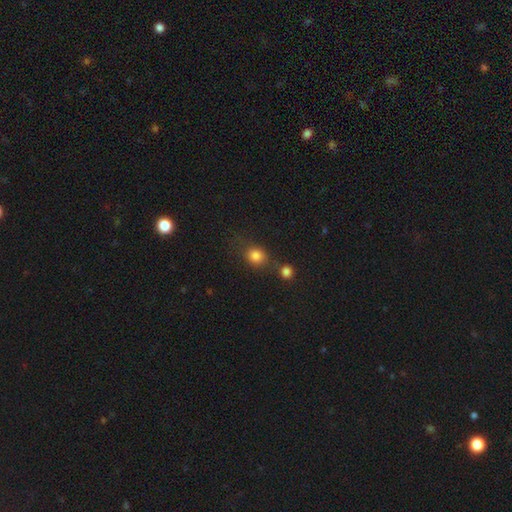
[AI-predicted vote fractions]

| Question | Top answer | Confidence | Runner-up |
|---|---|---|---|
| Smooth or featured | smooth | 82% | star or artifact (12%) |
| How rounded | round | 73% | in between (26%) |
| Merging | none | 62% | merger (19%) |